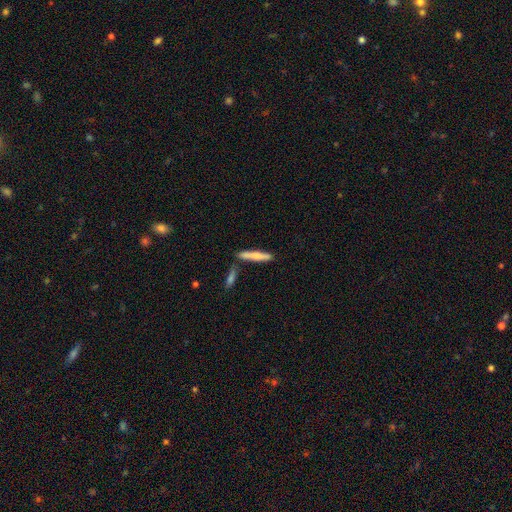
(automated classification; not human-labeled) A smooth galaxy with no disk features (68%) that is cigar-shaped (91%). Merging: none (75%).